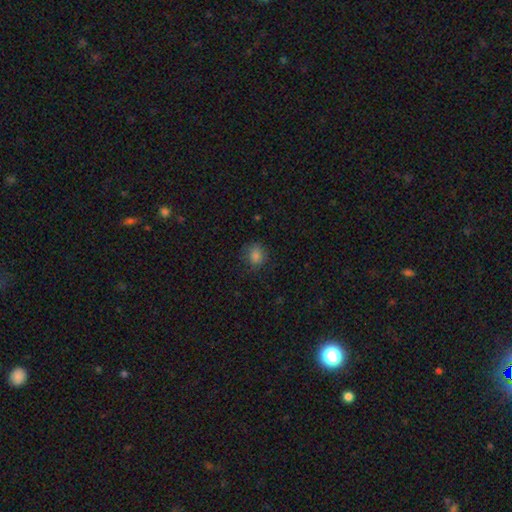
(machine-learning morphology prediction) type=smooth (81%); roundness=round (78%); merging=none (78%).